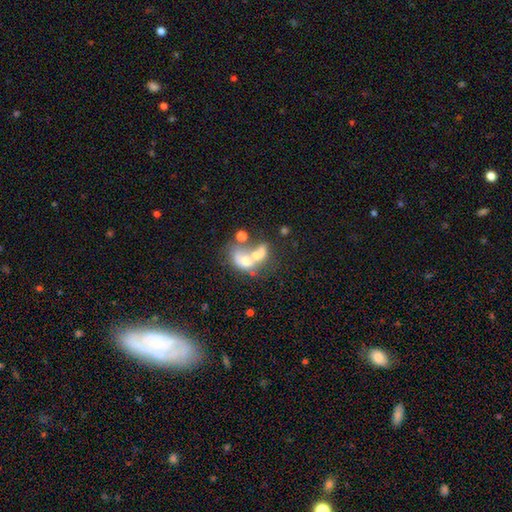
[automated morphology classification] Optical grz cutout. It shows a smooth galaxy with no disk features (49%). Merging: merger (69%).